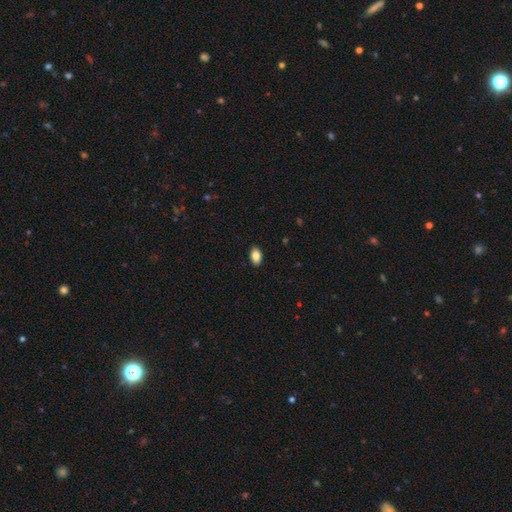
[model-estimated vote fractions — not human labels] smooth_or_featured: smooth (p=0.84) [alt: featured or disk p=0.08]
how_rounded: in between (p=0.91) [alt: round p=0.07]
merging: none (p=0.90) [alt: minor disturbance p=0.08]